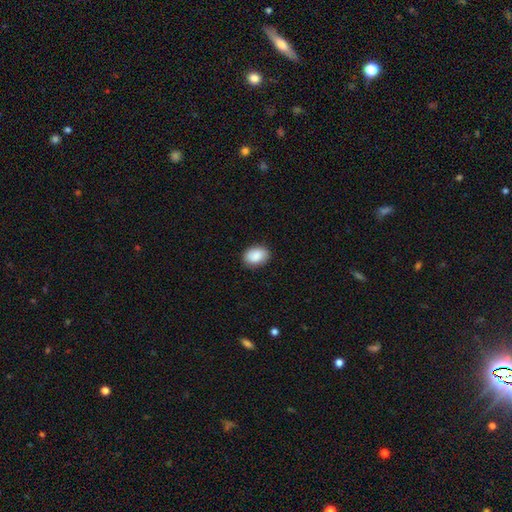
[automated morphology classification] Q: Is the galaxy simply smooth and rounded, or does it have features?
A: smooth — 87%.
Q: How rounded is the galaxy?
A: in between — 78%.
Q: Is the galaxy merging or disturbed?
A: none — 86%.